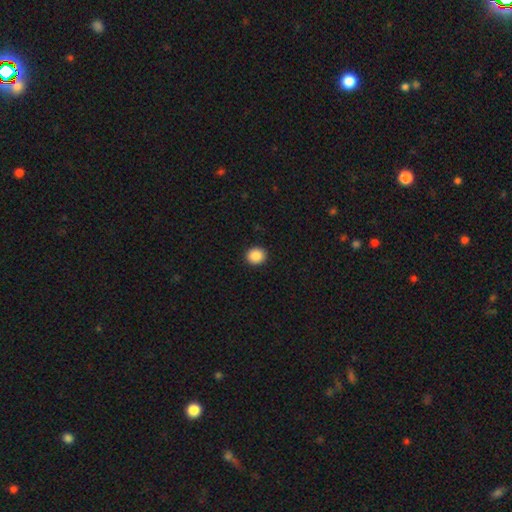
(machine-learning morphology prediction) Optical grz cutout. It shows a smooth galaxy with no disk features (88%) that is round (81%). Merging: none (92%).